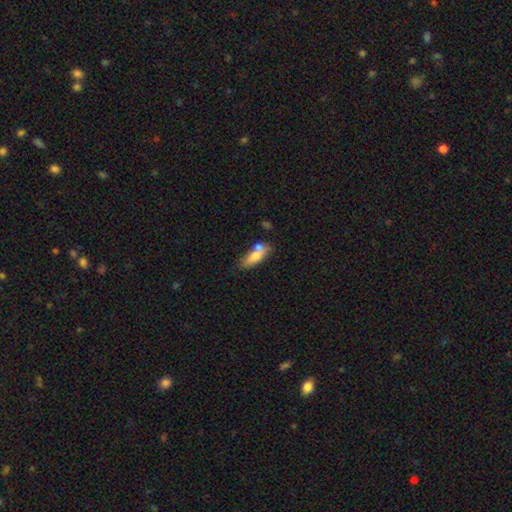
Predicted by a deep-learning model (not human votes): Smooth or featured: smooth — 66% (featured or disk — 26%)
How rounded: in between — 68% (cigar-shaped — 28%)
Merging: none — 43% (merger — 31%)